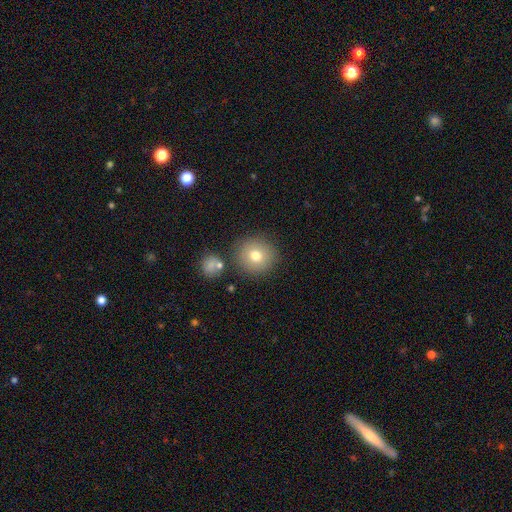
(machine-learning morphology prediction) Smooth or featured?
  - smooth: 76% *
  - featured or disk: 13%
  - star or artifact: 11%
How rounded?
  - round: 92% *
  - in between: 7%
  - cigar-shaped: 1%
Merging?
  - none: 84% *
  - minor disturbance: 8%
  - merger: 5%
  - major disturbance: 3%